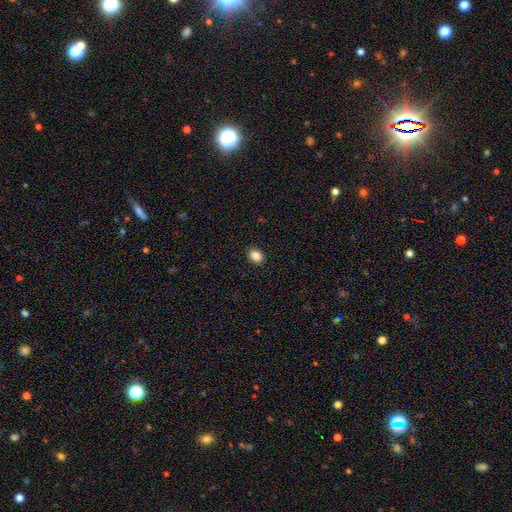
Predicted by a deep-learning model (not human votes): smooth-or-featured: smooth: 87% | star or artifact: 9% | featured or disk: 4%
  how-rounded: in between: 58% | round: 41% | cigar-shaped: 1%
  merging: none: 90% | minor disturbance: 7% | major disturbance: 2% | merger: 1%